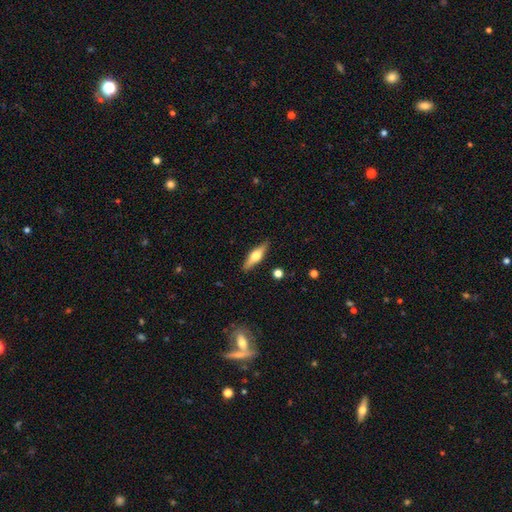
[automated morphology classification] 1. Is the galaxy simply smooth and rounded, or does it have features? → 54% featured or disk, 40% smooth, 6% star or artifact.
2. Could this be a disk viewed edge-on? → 93% yes, 7% no.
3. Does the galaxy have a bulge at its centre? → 94% rounded, 3% boxy, 2% none.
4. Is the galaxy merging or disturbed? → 89% none, 8% minor disturbance, 2% major disturbance, 1% merger.